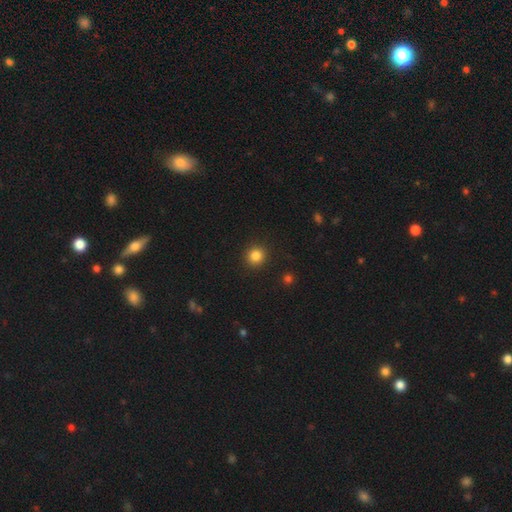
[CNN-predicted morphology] type=smooth (84%); roundness=round (92%); merging=none (92%).